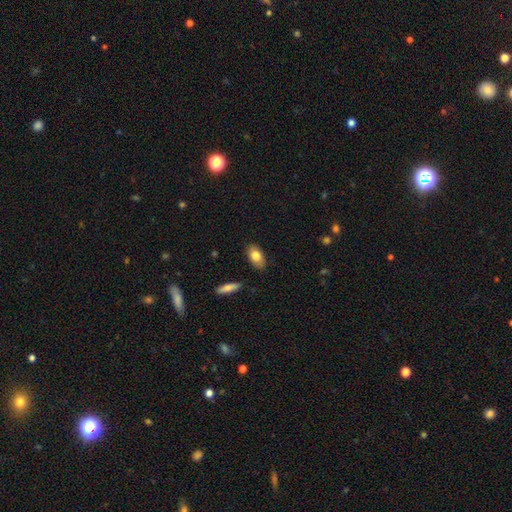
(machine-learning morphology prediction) A smooth galaxy with no disk features (80%) that is in between round and cigar-shaped (90%).

Vote fractions:
- Smooth or featured? smooth: 80% / featured or disk: 13% / star or artifact: 7%
- How rounded? in between: 90% / round: 6% / cigar-shaped: 4%
- Merging? none: 86% / minor disturbance: 11% / major disturbance: 2% / merger: 1%